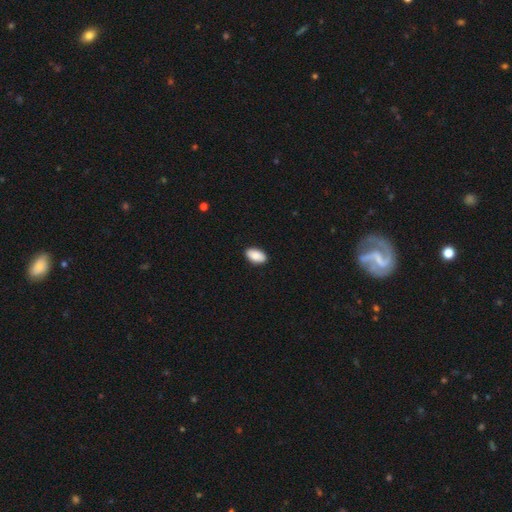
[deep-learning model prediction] The model was most divided on "merging": none: 90%, minor disturbance: 8%, major disturbance: 2%, merger: 1%. More confident: how rounded — in between (95%); smooth or featured — smooth (89%).